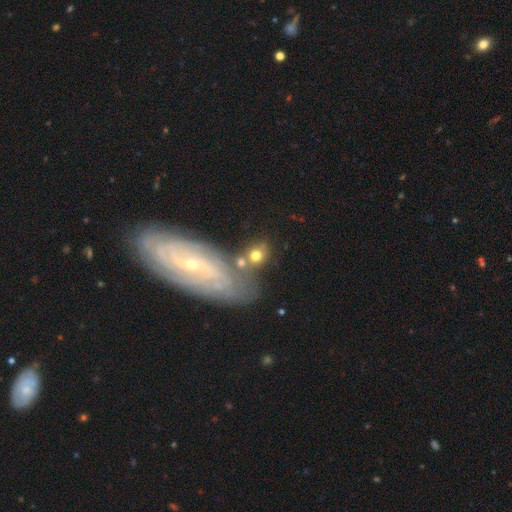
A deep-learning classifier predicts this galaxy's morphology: A smooth galaxy with no disk features (62%) that is round (53%). Merging: none (49%).